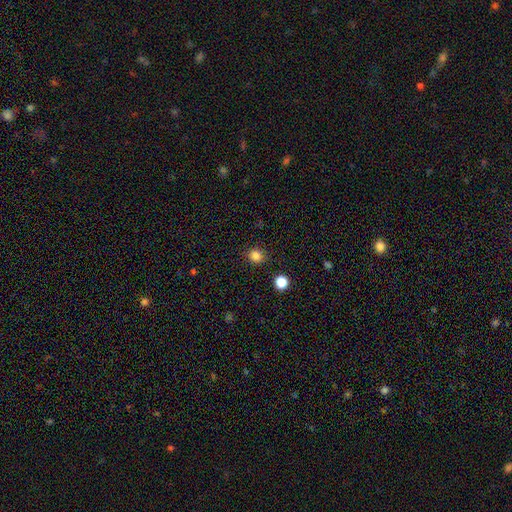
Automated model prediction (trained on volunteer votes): Smooth or featured? smooth (83%)
How rounded? round (83%)
Merging? none (88%)